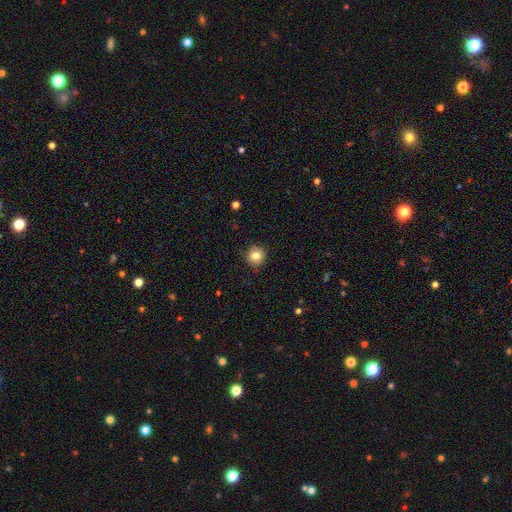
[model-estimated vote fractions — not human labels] Morphology: type=smooth (82%); roundness=round (93%); merging=none (89%).